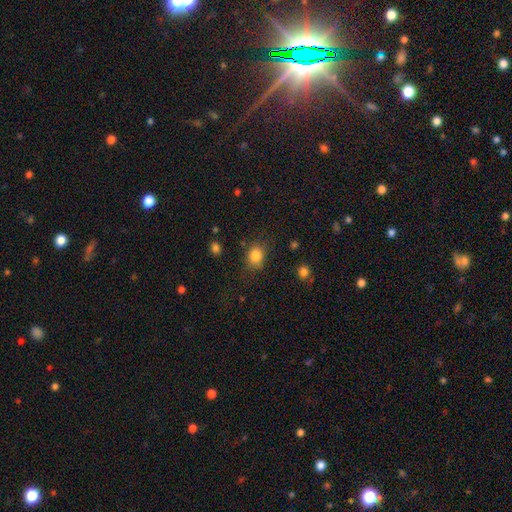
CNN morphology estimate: Smooth or featured? Predicted: smooth (p=0.83). How rounded? Predicted: round (p=0.61). Merging? Predicted: none (p=0.74).